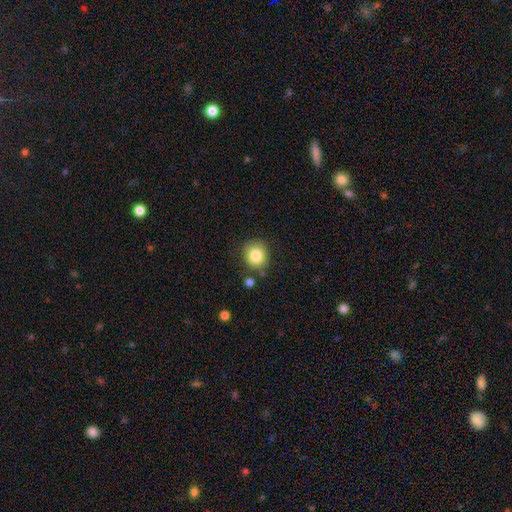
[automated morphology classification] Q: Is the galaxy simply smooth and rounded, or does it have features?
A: smooth — 83%.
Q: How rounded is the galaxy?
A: round — 83%.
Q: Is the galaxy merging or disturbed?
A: none — 78%.